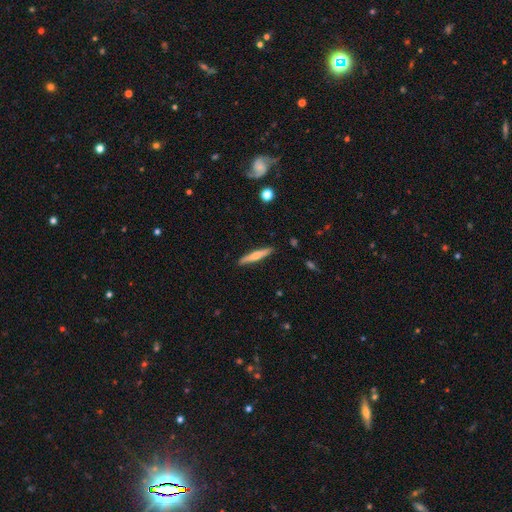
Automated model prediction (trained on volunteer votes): smooth_or_featured: smooth (p=0.49) [alt: featured or disk p=0.45]
merging: none (p=0.91) [alt: minor disturbance p=0.07]